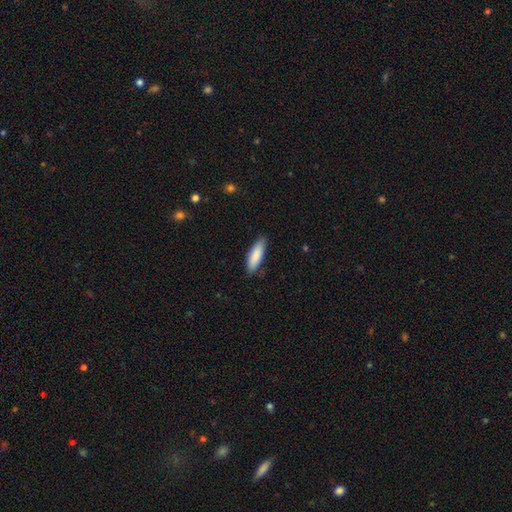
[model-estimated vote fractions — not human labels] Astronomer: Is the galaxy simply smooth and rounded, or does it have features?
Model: smooth — 87%.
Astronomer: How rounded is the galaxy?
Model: in between — 50% (runner-up: cigar-shaped, 49%).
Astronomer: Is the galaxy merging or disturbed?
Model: none — 84%.